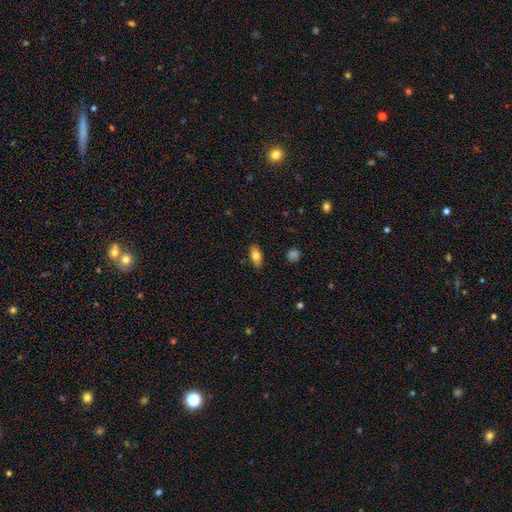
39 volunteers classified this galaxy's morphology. This is likely a smooth galaxy (74%). How rounded: clearly in between (86%). Merging: clearly none (91%).